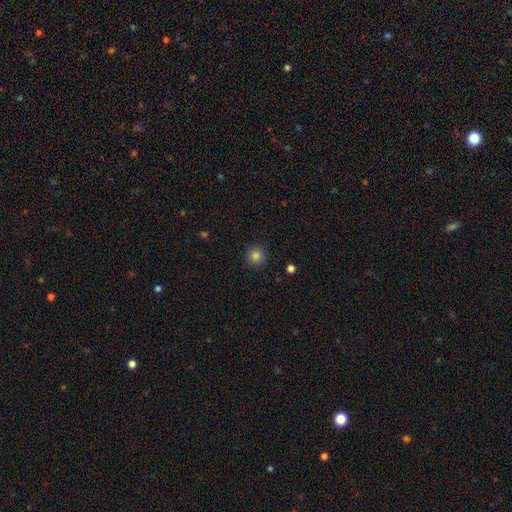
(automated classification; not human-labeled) Smooth or featured?
  - smooth: 84% *
  - star or artifact: 12%
  - featured or disk: 4%
How rounded?
  - round: 94% *
  - in between: 5%
  - cigar-shaped: 1%
Merging?
  - none: 91% *
  - minor disturbance: 6%
  - major disturbance: 2%
  - merger: 1%